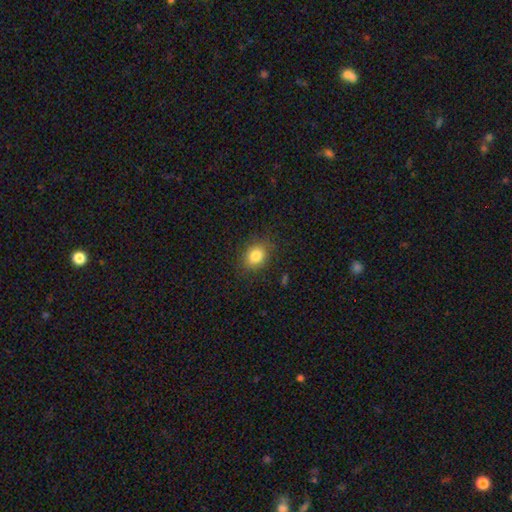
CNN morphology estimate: Smooth or featured?
  - smooth: 83% *
  - star or artifact: 11%
  - featured or disk: 7%
How rounded?
  - round: 52% *
  - in between: 47%
  - cigar-shaped: 1%
Merging?
  - none: 86% *
  - minor disturbance: 10%
  - major disturbance: 3%
  - merger: 1%